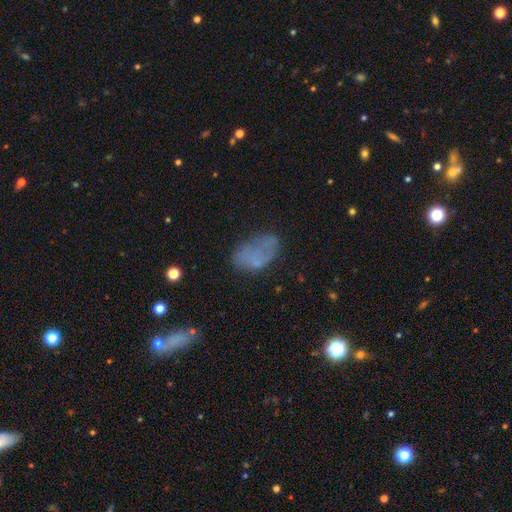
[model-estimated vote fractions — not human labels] This appears to be a smooth galaxy with no disk features (59%) that is in between round and cigar-shaped (89%). Merging: none (49%).